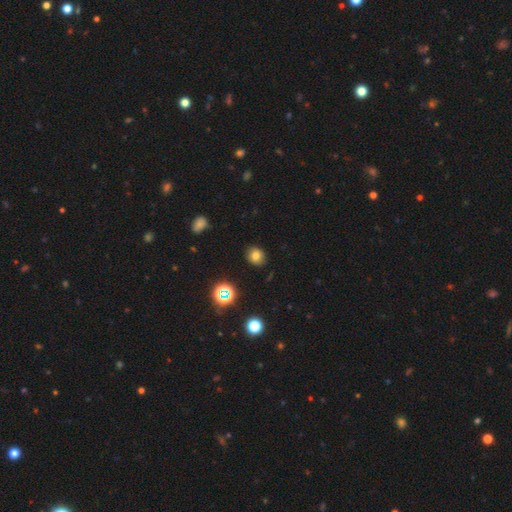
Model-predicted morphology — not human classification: The model was most divided on "how rounded": round: 66%, in between: 33%, cigar-shaped: 1%. More confident: merging — none (86%); smooth or featured — smooth (74%).